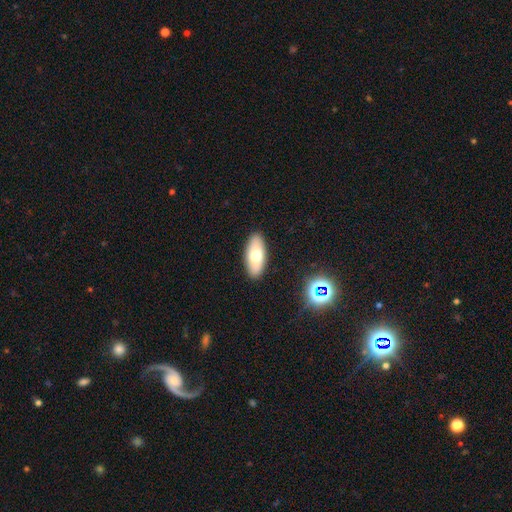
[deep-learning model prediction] Overall: smooth (69%). How rounded: in between (87%). Merging: none (90%).